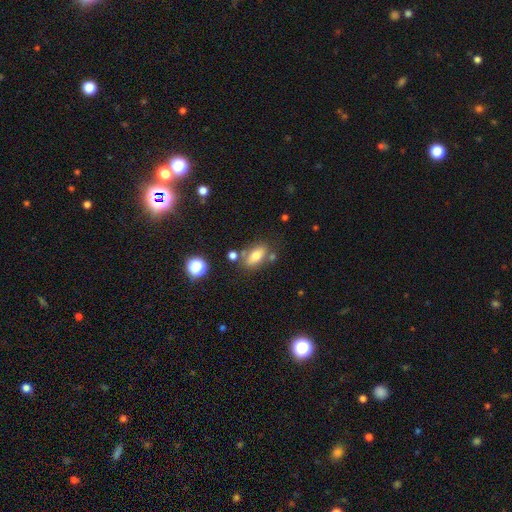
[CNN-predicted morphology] Smooth or featured? smooth (71%)
How rounded? in between (83%)
Merging? none (70%)